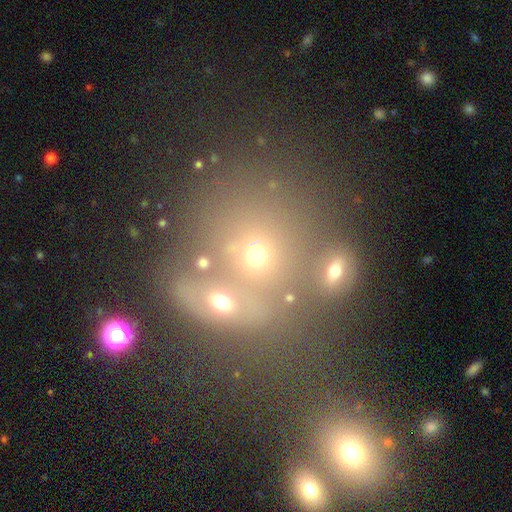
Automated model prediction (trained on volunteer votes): This is marginally a smooth galaxy (45%). Merging: possibly none (52%).